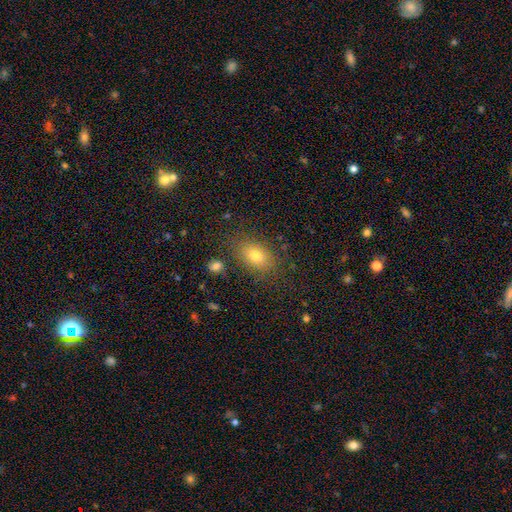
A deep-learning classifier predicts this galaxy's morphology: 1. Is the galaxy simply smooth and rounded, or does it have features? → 76% smooth, 12% star or artifact, 12% featured or disk.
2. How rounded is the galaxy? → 83% in between, 15% round, 2% cigar-shaped.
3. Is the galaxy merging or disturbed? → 82% none, 12% minor disturbance, 4% major disturbance, 3% merger.